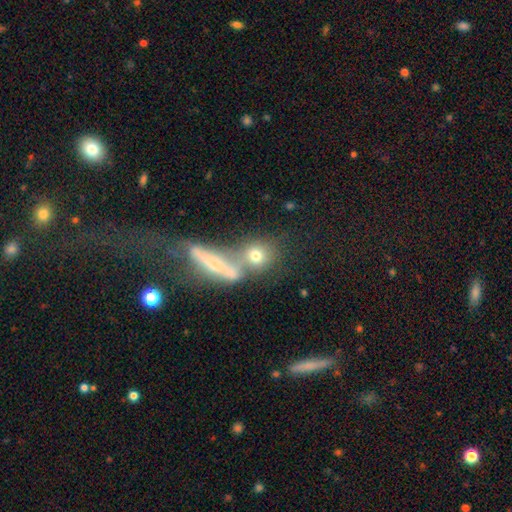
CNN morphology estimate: Overall: smooth (66%). How rounded: round (68%). Merging: none (43%; merger 41%).